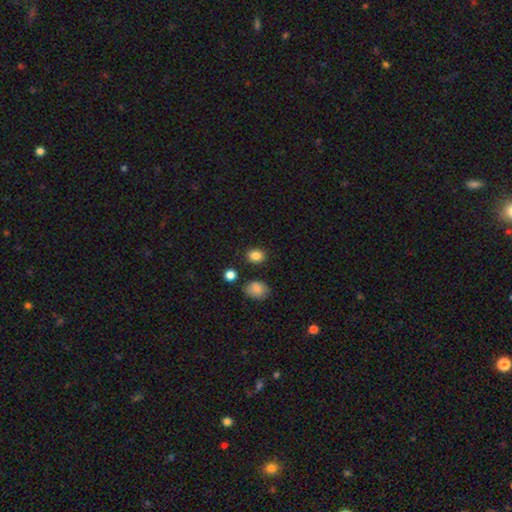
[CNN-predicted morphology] Smooth or featured: smooth — 86% (star or artifact — 10%)
How rounded: in between — 53% (round — 46%)
Merging: none — 83% (minor disturbance — 10%)